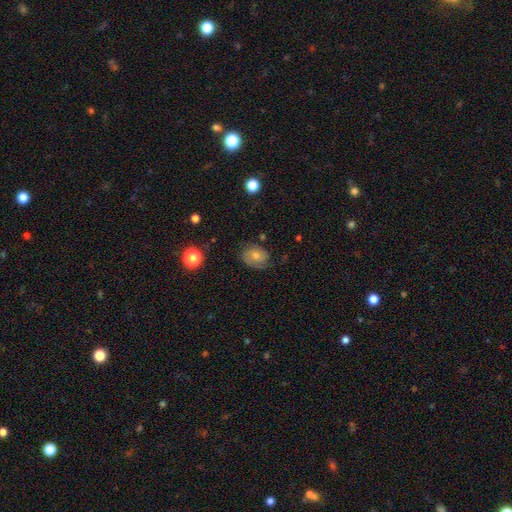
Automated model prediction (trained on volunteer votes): A smooth galaxy with no disk features (45%).

Vote fractions:
- Smooth or featured? smooth: 45% / featured or disk: 44% / star or artifact: 11%
- Merging? none: 70% / minor disturbance: 21% / major disturbance: 7% / merger: 2%